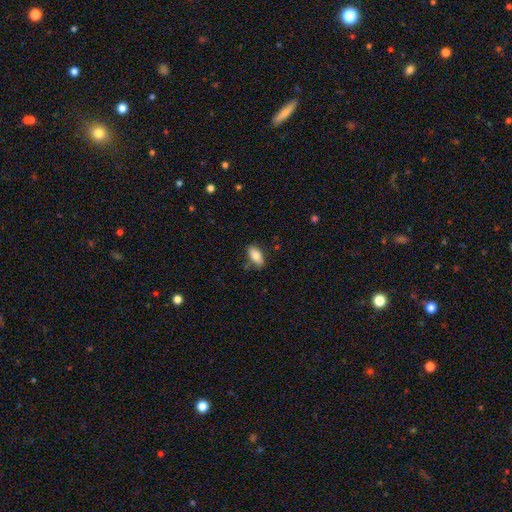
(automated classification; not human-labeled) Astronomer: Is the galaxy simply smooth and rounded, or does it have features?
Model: smooth — 80%.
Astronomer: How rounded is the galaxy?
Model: in between — 91%.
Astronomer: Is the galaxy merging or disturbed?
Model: none — 80%.